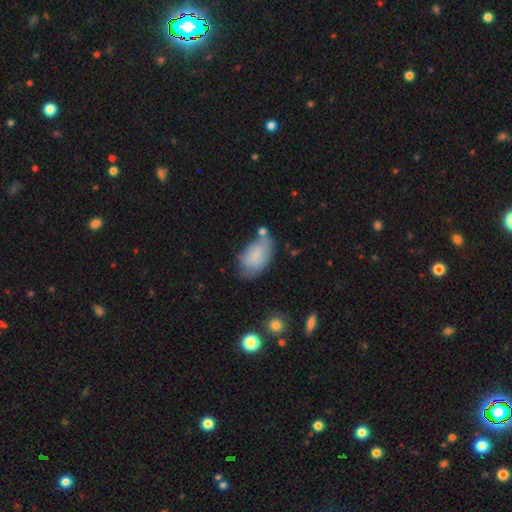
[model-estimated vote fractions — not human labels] Overall: smooth (75%). How rounded: in between (93%). Merging: none (45%; minor disturbance 33%).